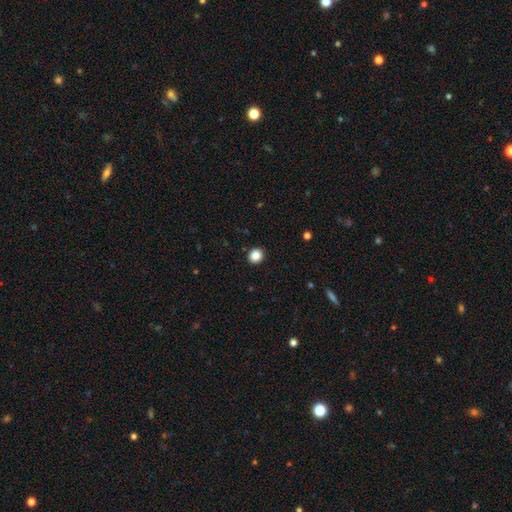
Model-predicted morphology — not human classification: This is clearly a smooth galaxy (87%). How rounded: clearly round (83%). Merging: clearly none (92%).